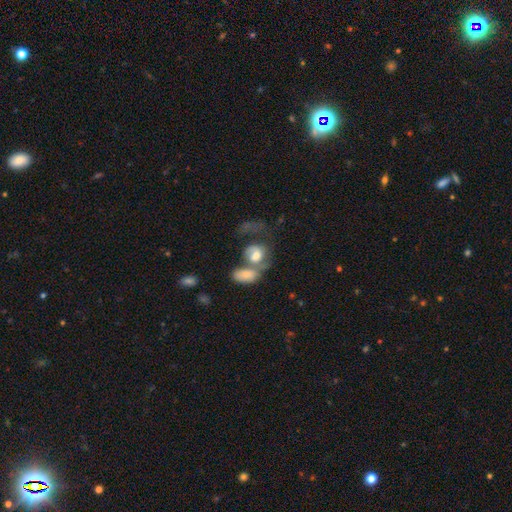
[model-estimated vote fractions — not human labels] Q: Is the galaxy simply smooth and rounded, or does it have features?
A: smooth — 59%.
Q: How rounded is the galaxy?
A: in between — 62%.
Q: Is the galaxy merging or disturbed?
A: merger — 62%.